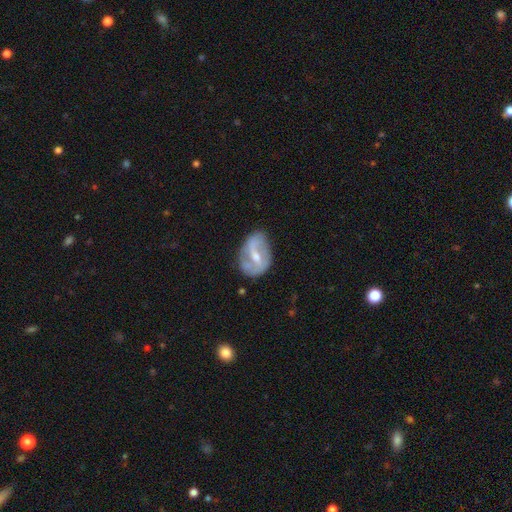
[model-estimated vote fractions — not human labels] Smooth or featured?
  - featured or disk: 72% *
  - smooth: 22%
  - star or artifact: 6%
Edge-on disk?
  - no: 96% *
  - yes: 4%
Bar?
  - weak: 45% *
  - strong: 32%
  - no: 22%
Spiral arms?
  - yes: 76% *
  - no: 24%
Spiral winding?
  - loose: 42% *
  - medium: 38%
  - tight: 20%
Spiral arm count?
  - 2: 74% *
  - can't tell: 13%
  - 1: 8%
  - 3: 3%
  - 4: 1%
  - more than 4: 1%
Bulge size?
  - moderate: 55% *
  - small: 40%
  - none: 3%
  - large: 2%
  - dominant: 1%
Merging?
  - none: 58% *
  - minor disturbance: 27%
  - major disturbance: 12%
  - merger: 3%